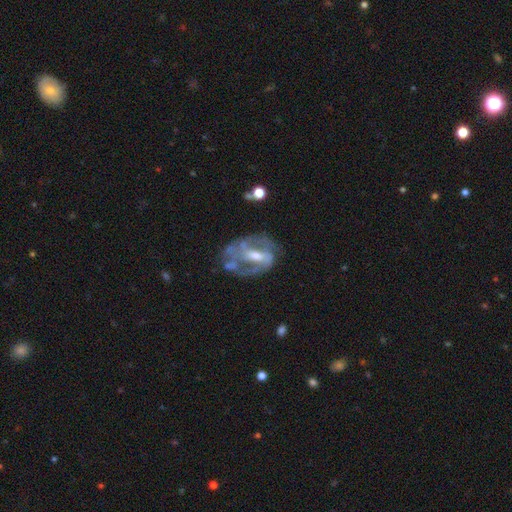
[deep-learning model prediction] Q: Smooth or featured?
A: featured or disk (82%); runner-up: smooth (11%)
Q: Edge-on disk?
A: no (96%); runner-up: yes (4%)
Q: Bar?
A: weak (43%); runner-up: strong (30%)
Q: Spiral arms?
A: yes (76%); runner-up: no (24%)
Q: Spiral winding?
A: medium (44%); runner-up: tight (34%)
Q: Spiral arm count?
A: 2 (49%); runner-up: can't tell (26%)
Q: Bulge size?
A: moderate (56%); runner-up: small (33%)
Q: Merging?
A: none (51%); runner-up: minor disturbance (23%)